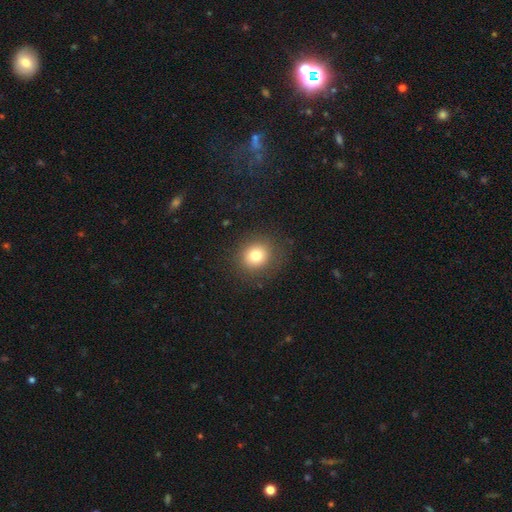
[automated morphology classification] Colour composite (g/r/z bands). It shows a smooth galaxy with no disk features (78%) that is round (82%). Merging: none (86%).